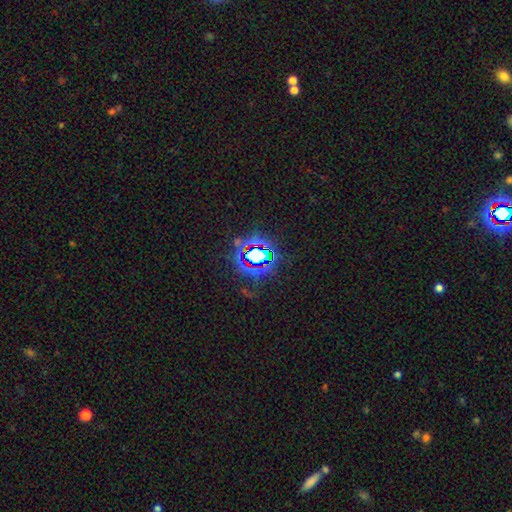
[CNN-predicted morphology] type=star or artifact (74%).